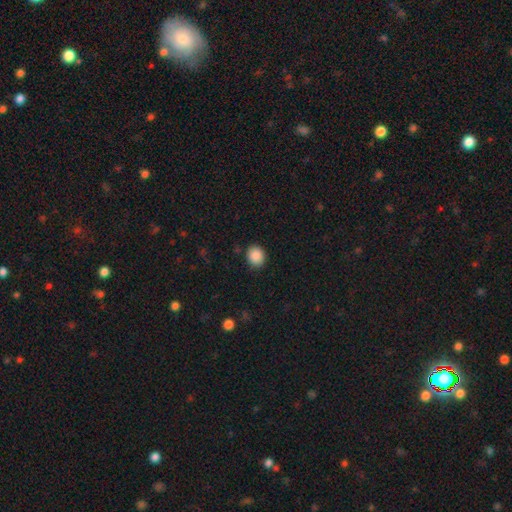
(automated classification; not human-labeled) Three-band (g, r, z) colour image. It shows a smooth galaxy with no disk features (88%) that is round (69%). Merging: none (88%).